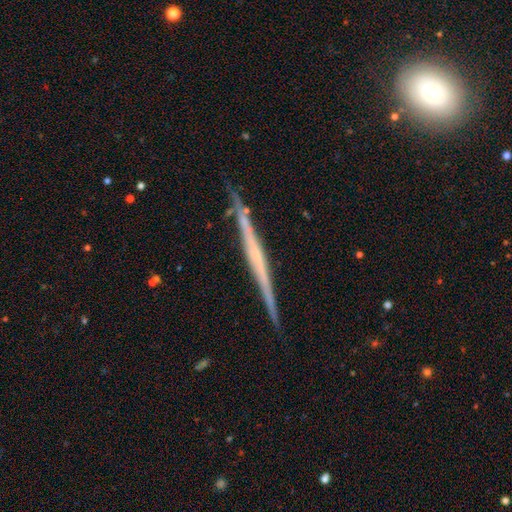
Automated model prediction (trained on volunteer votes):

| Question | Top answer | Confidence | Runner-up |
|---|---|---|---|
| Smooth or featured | featured or disk | 73% | smooth (21%) |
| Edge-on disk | yes | 98% | no (2%) |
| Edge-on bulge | none | 77% | rounded (15%) |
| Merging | none | 86% | minor disturbance (11%) |